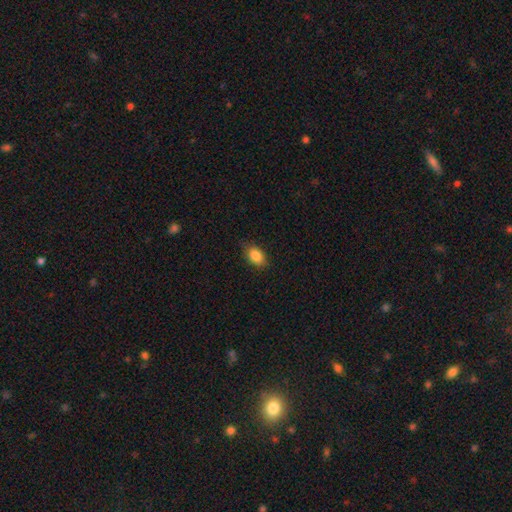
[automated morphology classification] This is clearly a smooth galaxy (86%). How rounded: clearly in between (84%). Merging: likely none (79%).